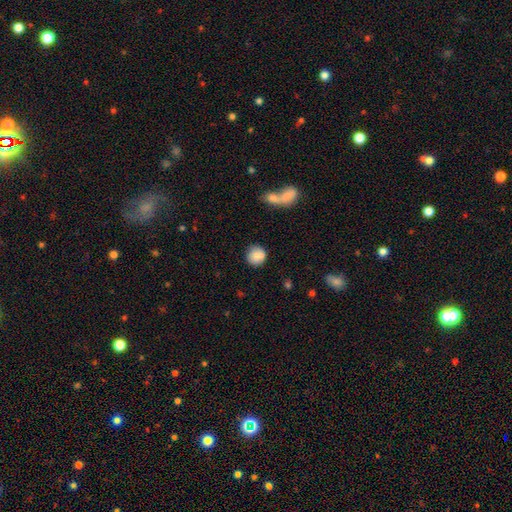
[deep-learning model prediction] This is clearly a smooth galaxy (81%). How rounded: clearly round (87%). Merging: likely none (65%).